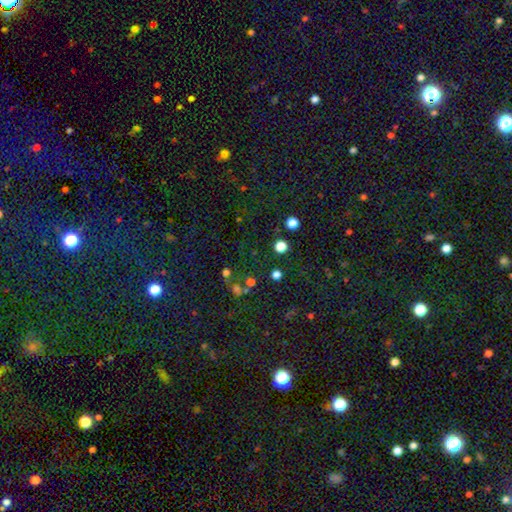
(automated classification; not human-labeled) Smooth or featured?
  - star or artifact: 74% *
  - smooth: 18%
  - featured or disk: 9%